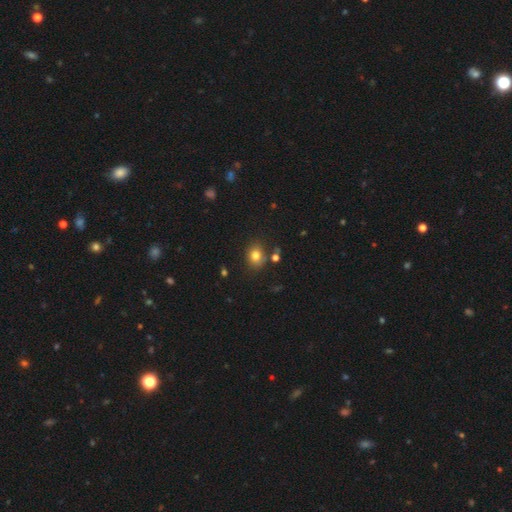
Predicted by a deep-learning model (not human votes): Q: Smooth or featured?
A: smooth (79%); runner-up: star or artifact (12%)
Q: How rounded?
A: round (56%); runner-up: in between (44%)
Q: Merging?
A: none (77%); runner-up: minor disturbance (13%)